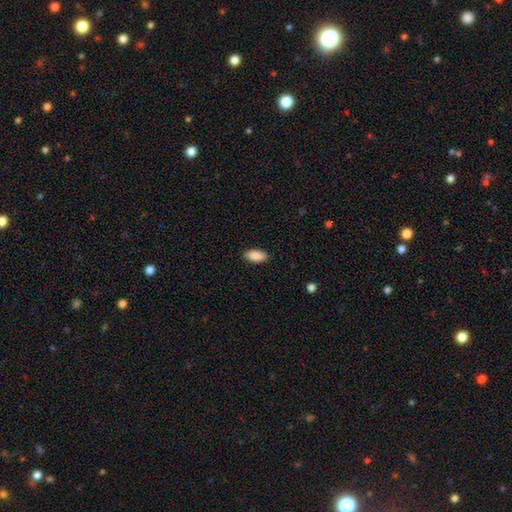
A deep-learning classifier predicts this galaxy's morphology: This appears to be a smooth galaxy with no disk features (89%) that is in between round and cigar-shaped (90%). Merging: none (88%).